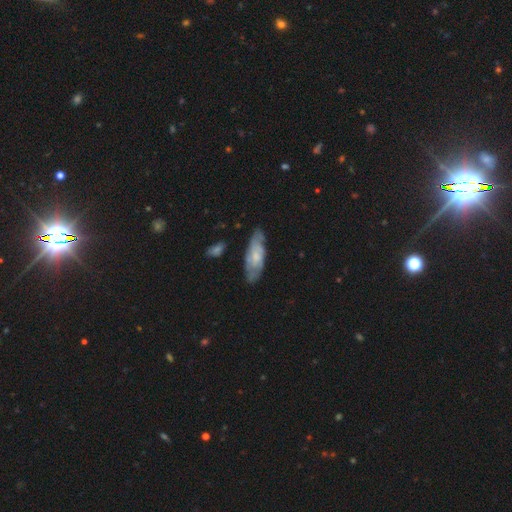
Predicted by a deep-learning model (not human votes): A featured or disk galaxy (52%).

Vote fractions:
- Smooth or featured? featured or disk: 52% / smooth: 42% / star or artifact: 6%
- Edge-on disk? no: 80% / yes: 20%
- Merging? none: 69% / minor disturbance: 23% / major disturbance: 6% / merger: 2%